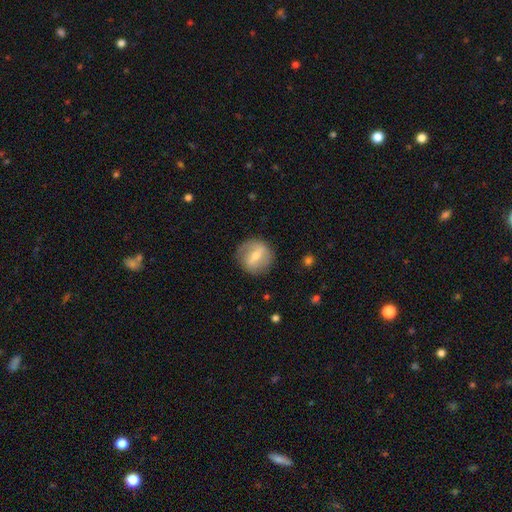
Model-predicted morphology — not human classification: type=featured or disk (53%); edge-on=no (92%); merging=none (83%).